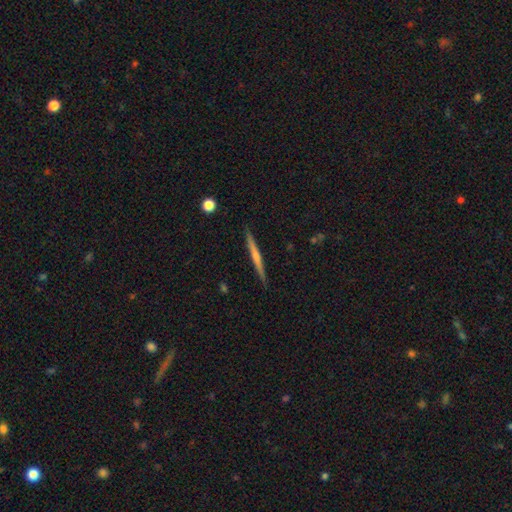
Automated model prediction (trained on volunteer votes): Smooth or featured? Predicted: featured or disk (p=0.52). Edge-on disk? Predicted: yes (p=0.97). Edge-on bulge? Predicted: none (p=0.59). Merging? Predicted: none (p=0.89).